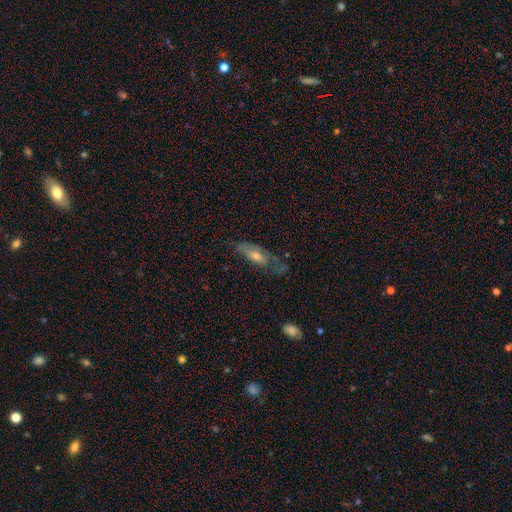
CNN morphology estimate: smooth-or-featured: featured or disk: 51% | smooth: 40% | star or artifact: 9%
  disk-edge-on: no: 69% | yes: 31%
  merging: none: 53% | minor disturbance: 27% | major disturbance: 17% | merger: 3%